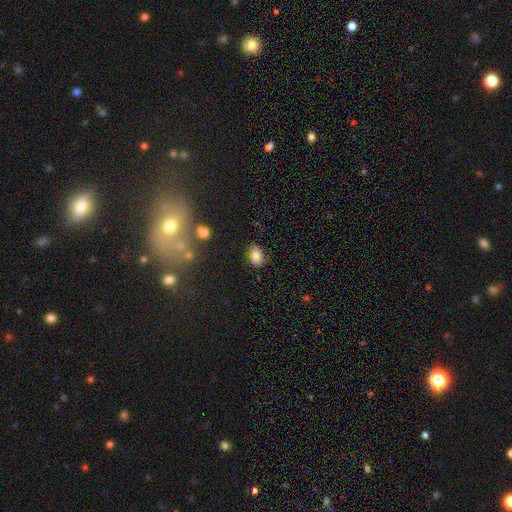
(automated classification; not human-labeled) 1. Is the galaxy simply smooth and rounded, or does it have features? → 78% smooth, 11% star or artifact, 11% featured or disk.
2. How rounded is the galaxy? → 82% in between, 16% round, 2% cigar-shaped.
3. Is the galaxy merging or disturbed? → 76% none, 18% minor disturbance, 4% major disturbance, 2% merger.